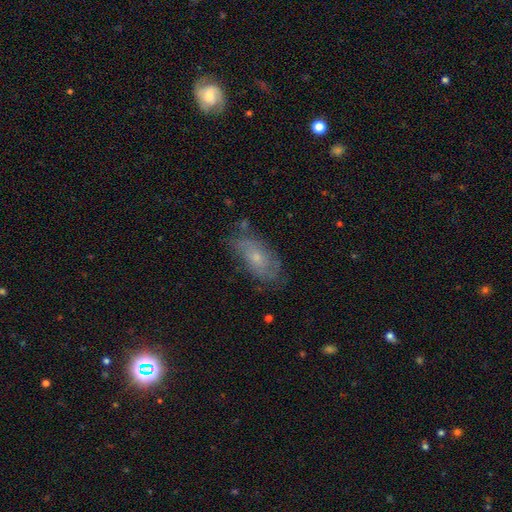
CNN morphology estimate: type=featured or disk (50%); edge-on=no (86%); merging=none (72%).